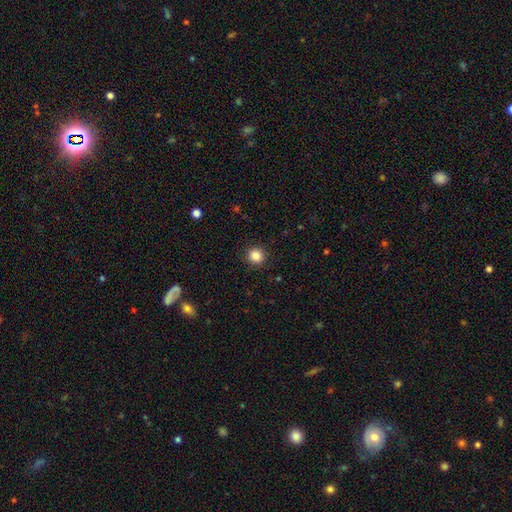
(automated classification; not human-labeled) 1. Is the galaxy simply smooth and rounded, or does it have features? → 86% smooth, 11% star or artifact, 4% featured or disk.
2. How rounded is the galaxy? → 91% round, 8% in between, 1% cigar-shaped.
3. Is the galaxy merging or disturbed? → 91% none, 6% minor disturbance, 2% major disturbance, 1% merger.